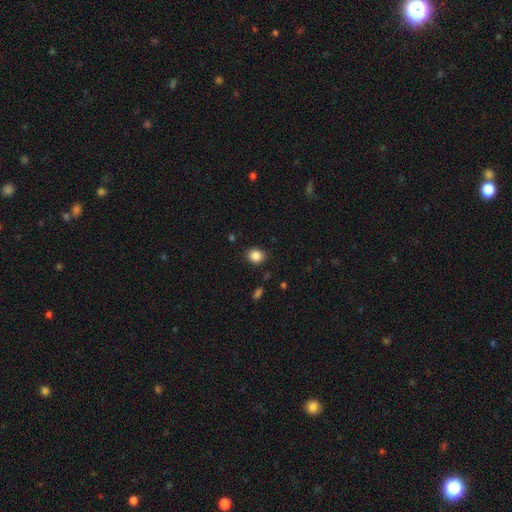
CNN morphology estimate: smooth 86%, star or artifact 10%, featured or disk 4%. Down the decision tree: how rounded — round (61%); merging — none (87%).